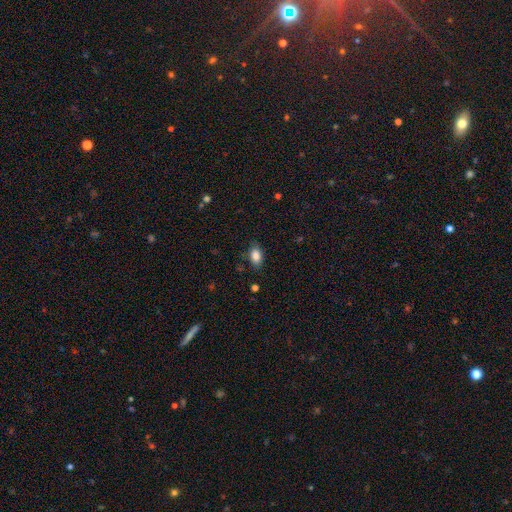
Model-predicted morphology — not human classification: This is clearly a smooth galaxy (86%). How rounded: clearly in between (89%). Merging: clearly none (83%).